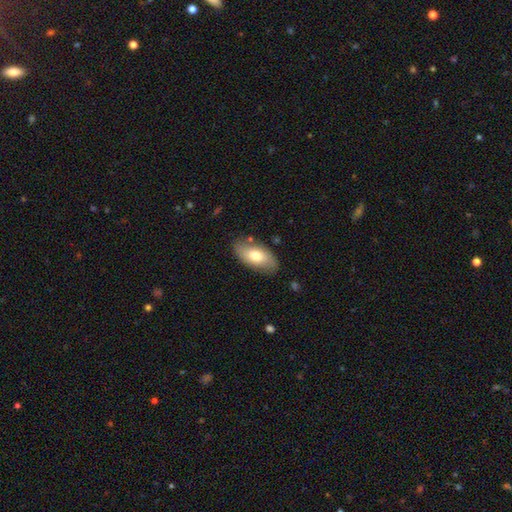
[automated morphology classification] Overall: smooth (71%). How rounded: in between (93%). Merging: none (81%).